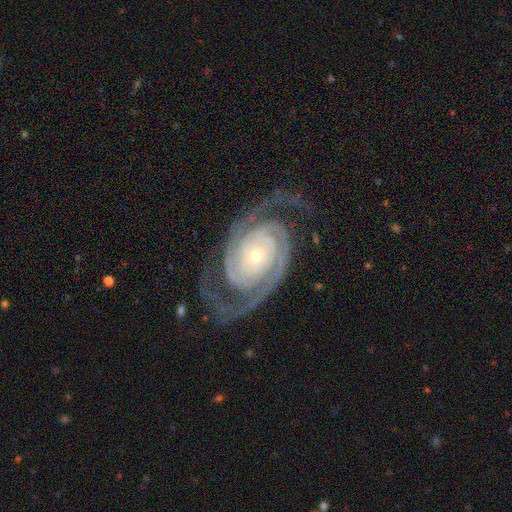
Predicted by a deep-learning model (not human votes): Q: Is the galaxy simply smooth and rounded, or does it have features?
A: featured or disk — 94%.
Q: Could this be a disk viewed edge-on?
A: no — 97%.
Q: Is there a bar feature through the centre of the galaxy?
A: no — 70%.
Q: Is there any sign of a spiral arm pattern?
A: yes — 99%.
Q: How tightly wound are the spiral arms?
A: tight — 71%.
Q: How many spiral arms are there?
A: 2 — 88%.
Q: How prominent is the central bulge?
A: small — 76%.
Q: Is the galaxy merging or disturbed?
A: none — 80%.